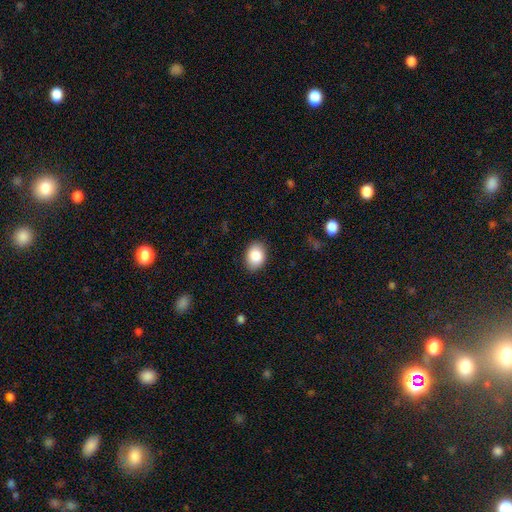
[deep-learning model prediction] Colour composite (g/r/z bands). It shows a smooth galaxy with no disk features (88%) that is in between round and cigar-shaped (75%). Merging: none (86%).